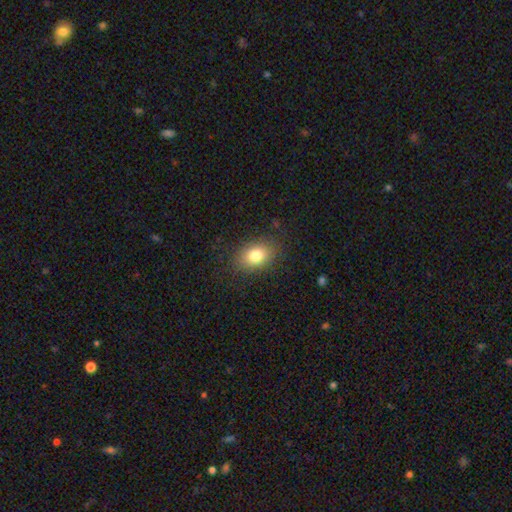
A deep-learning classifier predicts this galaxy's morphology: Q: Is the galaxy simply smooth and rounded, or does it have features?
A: smooth — 80%.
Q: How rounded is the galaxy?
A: in between — 77%.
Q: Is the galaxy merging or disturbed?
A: none — 83%.